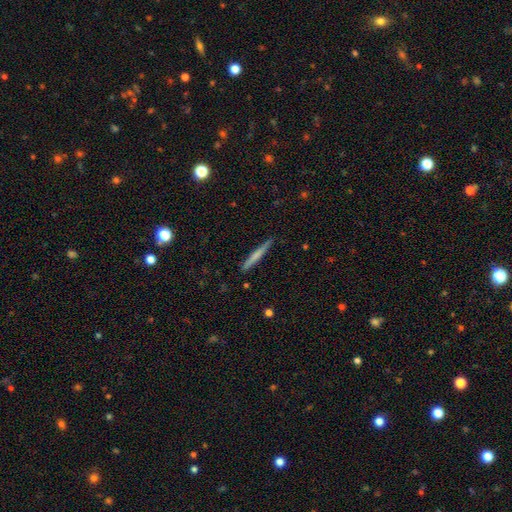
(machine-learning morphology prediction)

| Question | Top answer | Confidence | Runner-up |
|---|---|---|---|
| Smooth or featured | smooth | 55% | featured or disk (39%) |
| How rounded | cigar-shaped | 96% | in between (3%) |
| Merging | none | 89% | minor disturbance (8%) |